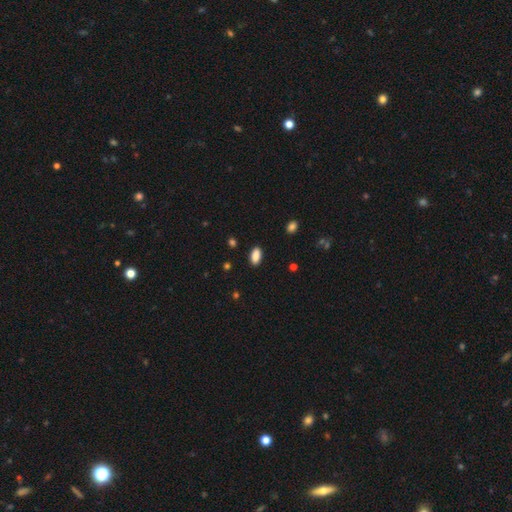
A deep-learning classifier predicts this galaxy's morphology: The model was most divided on "merging": none: 88%, minor disturbance: 8%, major disturbance: 2%, merger: 1%. More confident: how rounded — in between (90%); smooth or featured — smooth (88%).